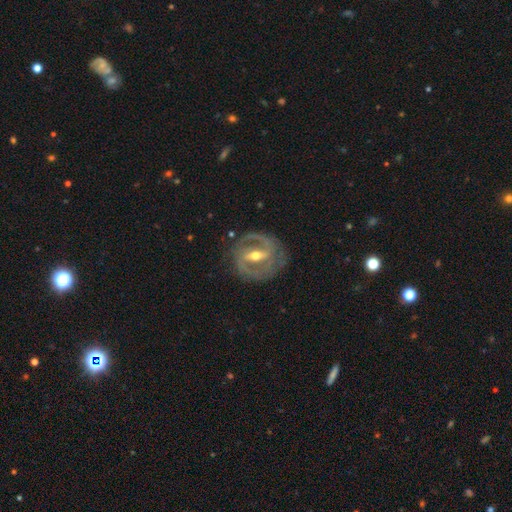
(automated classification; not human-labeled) A featured or disk galaxy (89%) with a strong bar (62%), 2 (83%) tight (46%) spiral arms (94%) and a moderate central bulge (64%).

Vote fractions:
- Smooth or featured? featured or disk: 89% / smooth: 6% / star or artifact: 5%
- Edge-on disk? no: 96% / yes: 4%
- Bar? strong: 62% / weak: 29% / no: 8%
- Spiral arms? yes: 94% / no: 6%
- Spiral winding? tight: 46% / medium: 44% / loose: 9%
- Spiral arm count? 2: 83% / can't tell: 6% / 3: 5% / 1: 3% / 4: 1% / more than 4: 1%
- Bulge size? moderate: 64% / small: 31% / large: 3% / none: 1% / dominant: 1%
- Merging? none: 79% / minor disturbance: 14% / major disturbance: 6% / merger: 1%